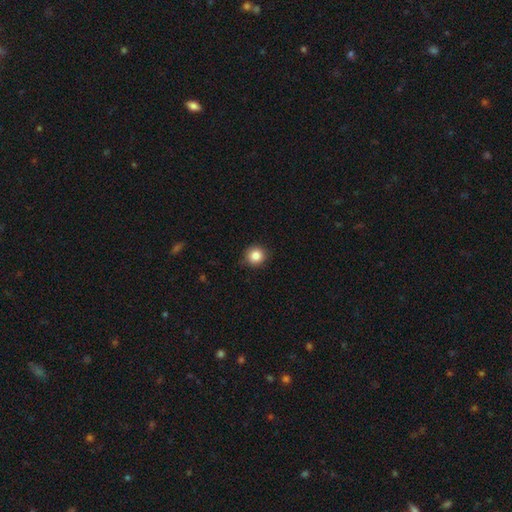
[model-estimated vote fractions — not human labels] Smooth or featured?
  - smooth: 85% *
  - star or artifact: 10%
  - featured or disk: 5%
How rounded?
  - round: 93% *
  - in between: 6%
  - cigar-shaped: 1%
Merging?
  - none: 89% *
  - minor disturbance: 8%
  - major disturbance: 2%
  - merger: 1%